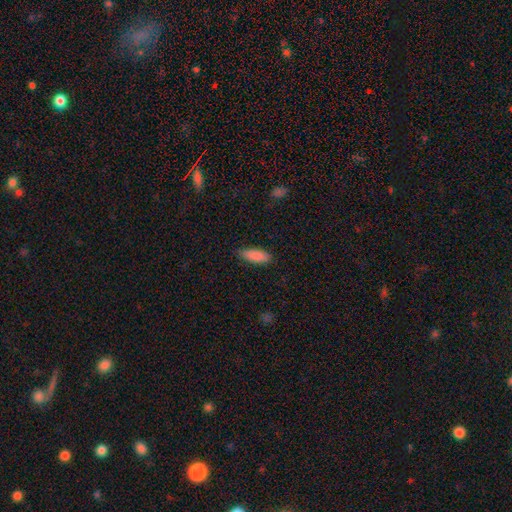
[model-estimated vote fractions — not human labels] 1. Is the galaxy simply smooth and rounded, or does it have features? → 88% smooth, 7% star or artifact, 6% featured or disk.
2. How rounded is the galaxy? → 68% in between, 31% cigar-shaped, 2% round.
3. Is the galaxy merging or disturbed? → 81% none, 15% minor disturbance, 3% major disturbance, 1% merger.